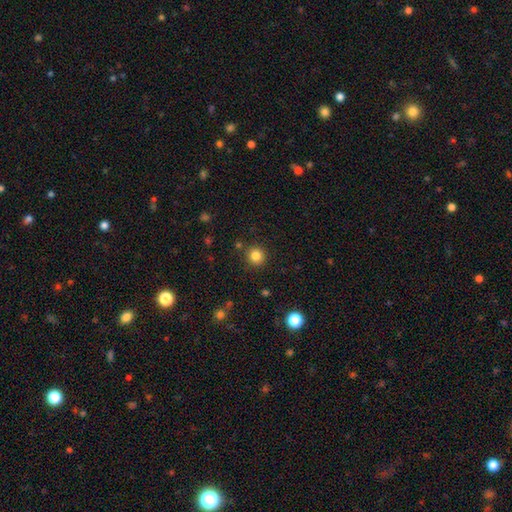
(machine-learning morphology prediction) smooth-or-featured: smooth: 83% | star or artifact: 12% | featured or disk: 5%
  how-rounded: round: 92% | in between: 7% | cigar-shaped: 1%
  merging: none: 88% | minor disturbance: 7% | merger: 3% | major disturbance: 2%